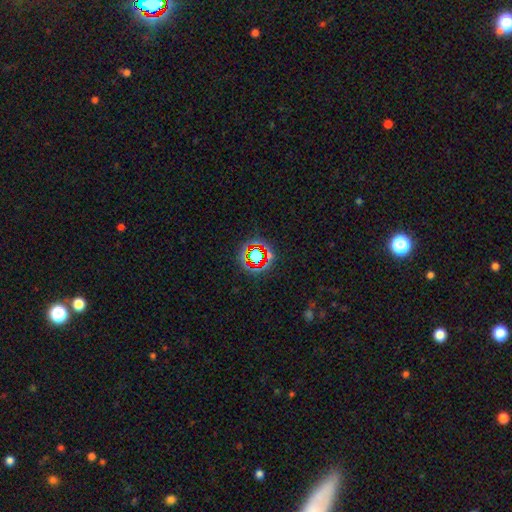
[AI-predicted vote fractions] This appears to be a star or artifact, not a galaxy (64%).